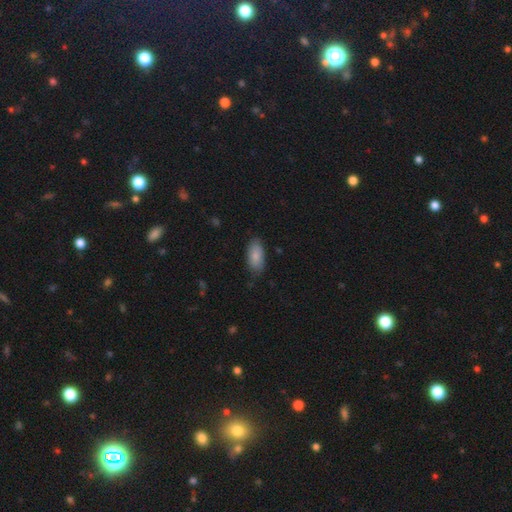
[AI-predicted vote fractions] smooth 83%, featured or disk 11%, star or artifact 6%. Down the decision tree: how rounded — in between (92%); merging — none (76%).